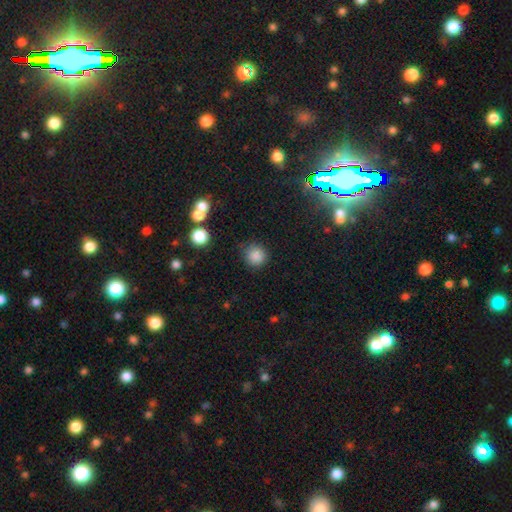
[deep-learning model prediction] Smooth or featured? smooth (85%)
How rounded? round (92%)
Merging? none (81%)